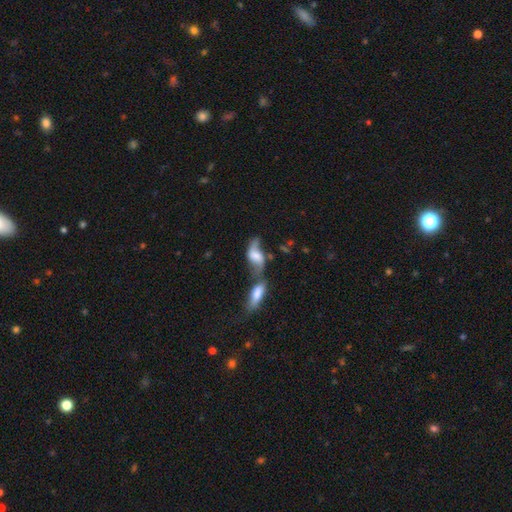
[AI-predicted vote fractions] Smooth or featured? Predicted: featured or disk (p=0.59). Edge-on disk? Predicted: no (p=0.87). Bar? Predicted: no (p=0.49). Spiral arms? Predicted: yes (p=0.87). Bulge size? Predicted: moderate (p=0.34). Merging? Predicted: merger (p=0.54).